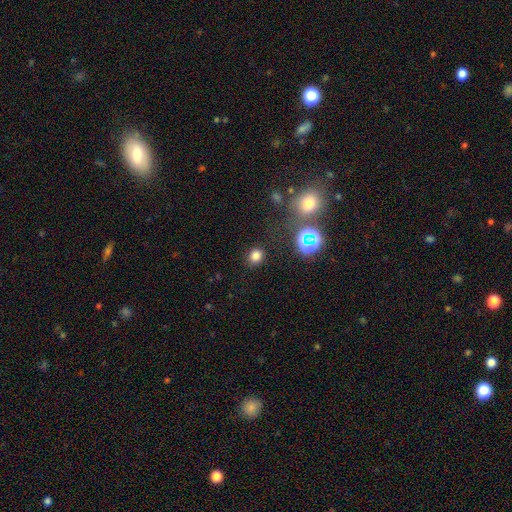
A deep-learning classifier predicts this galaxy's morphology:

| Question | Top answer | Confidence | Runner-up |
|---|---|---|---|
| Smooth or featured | smooth | 76% | star or artifact (18%) |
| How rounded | round | 75% | in between (24%) |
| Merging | none | 86% | minor disturbance (9%) |